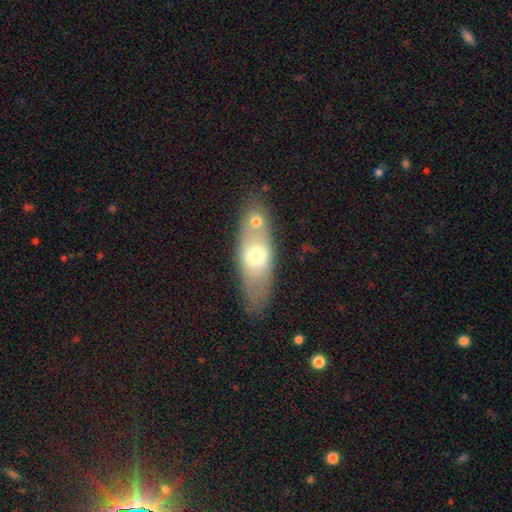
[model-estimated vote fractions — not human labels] Morphology: type=smooth (57%); roundness=in between (65%); merging=none (63%).